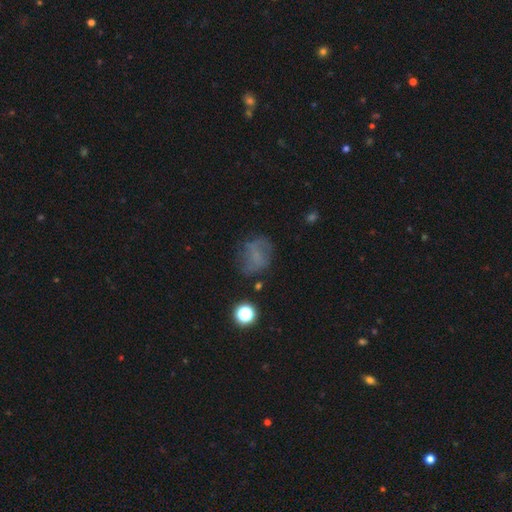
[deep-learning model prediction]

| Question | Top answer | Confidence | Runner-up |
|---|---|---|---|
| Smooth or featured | smooth | 45% | featured or disk (36%) |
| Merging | none | 58% | minor disturbance (23%) |